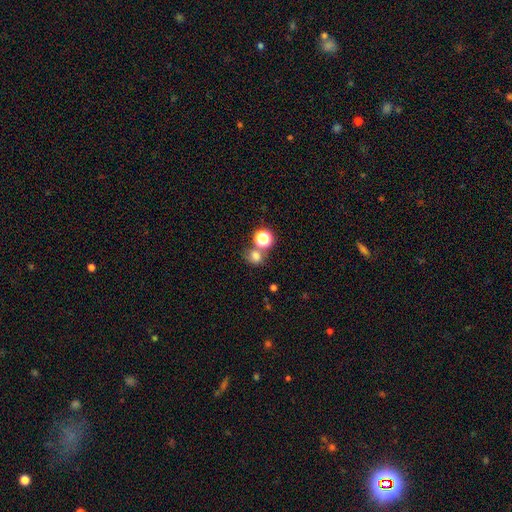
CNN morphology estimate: smooth_or_featured: smooth (p=0.73) [alt: star or artifact p=0.20]
how_rounded: round (p=0.73) [alt: in between p=0.26]
merging: none (p=0.55) [alt: merger p=0.30]